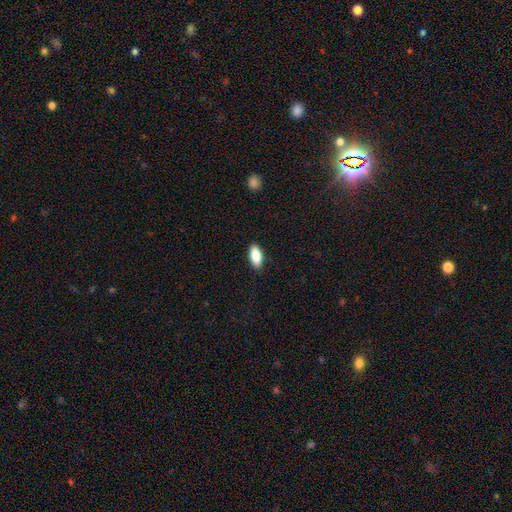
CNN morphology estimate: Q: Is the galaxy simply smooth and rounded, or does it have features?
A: smooth — 87%.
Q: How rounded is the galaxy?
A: in between — 88%.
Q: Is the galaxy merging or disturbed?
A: none — 89%.